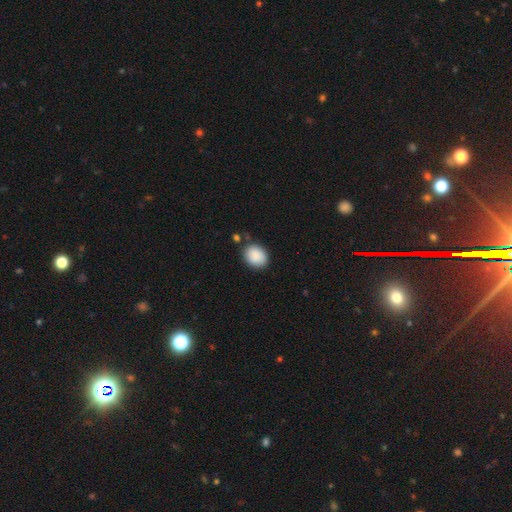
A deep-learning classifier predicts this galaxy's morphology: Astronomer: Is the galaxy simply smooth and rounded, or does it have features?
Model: smooth — 89%.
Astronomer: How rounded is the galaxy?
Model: in between — 54% (runner-up: round, 45%).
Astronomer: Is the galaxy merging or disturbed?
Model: none — 78%.